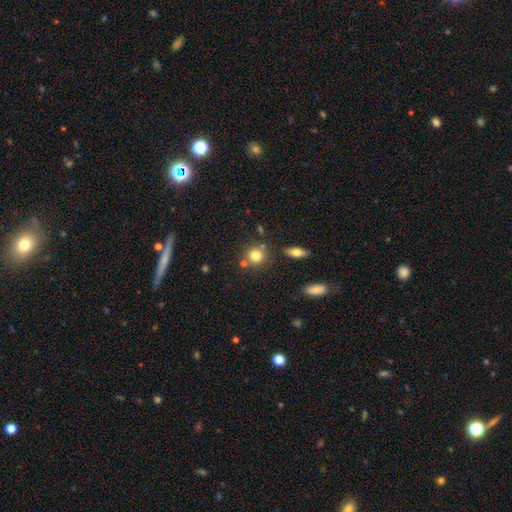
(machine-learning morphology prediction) Q: Smooth or featured?
A: smooth (79%); runner-up: star or artifact (11%)
Q: How rounded?
A: round (87%); runner-up: in between (12%)
Q: Merging?
A: none (74%); runner-up: merger (13%)